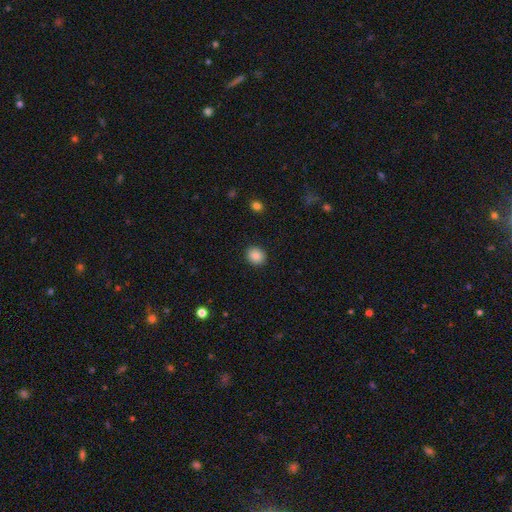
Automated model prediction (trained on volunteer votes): smooth_or_featured: smooth (p=0.86) [alt: star or artifact p=0.09]
how_rounded: round (p=0.73) [alt: in between p=0.26]
merging: none (p=0.91) [alt: minor disturbance p=0.06]